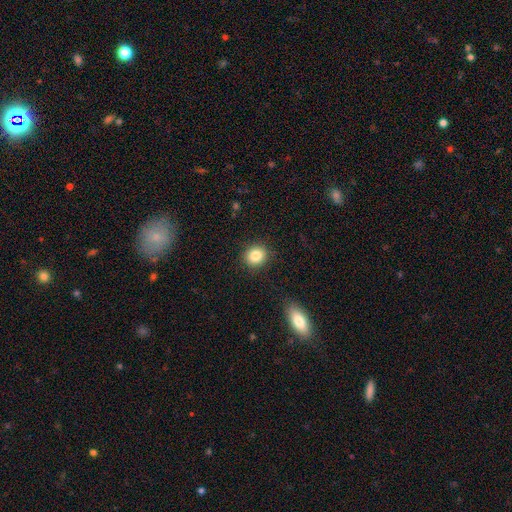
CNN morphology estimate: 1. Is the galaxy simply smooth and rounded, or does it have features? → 84% smooth, 10% star or artifact, 6% featured or disk.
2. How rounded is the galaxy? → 82% round, 17% in between, 1% cigar-shaped.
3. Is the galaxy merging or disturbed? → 89% none, 7% minor disturbance, 2% major disturbance, 1% merger.